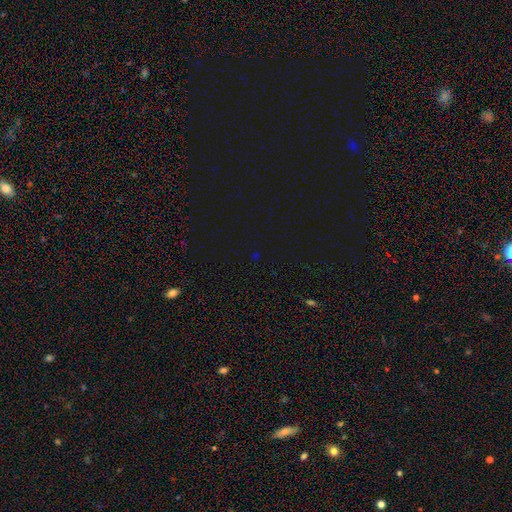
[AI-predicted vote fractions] This appears to be a star or artifact, not a galaxy (69%).